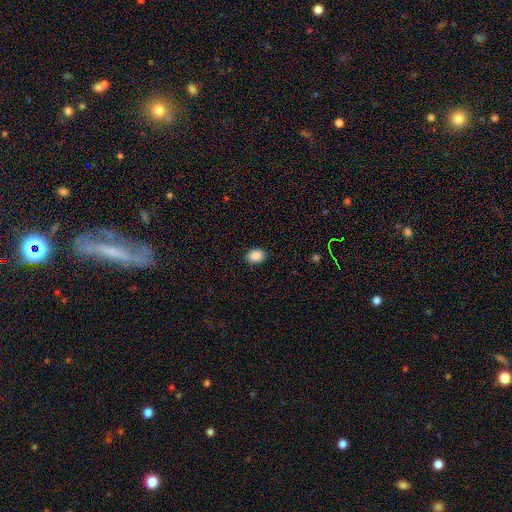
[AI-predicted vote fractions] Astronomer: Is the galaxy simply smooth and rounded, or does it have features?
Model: smooth — 88%.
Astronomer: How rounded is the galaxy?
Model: in between — 61% (runner-up: round, 38%).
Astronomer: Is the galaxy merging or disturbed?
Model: none — 89%.